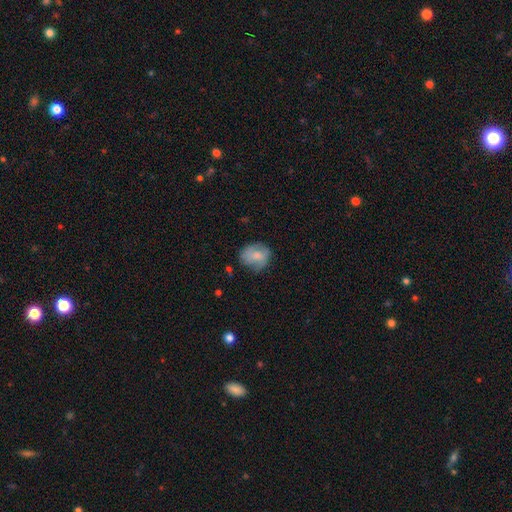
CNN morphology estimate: smooth 65%, featured or disk 27%, star or artifact 8%. Down the decision tree: how rounded — round (64%); merging — none (61%).